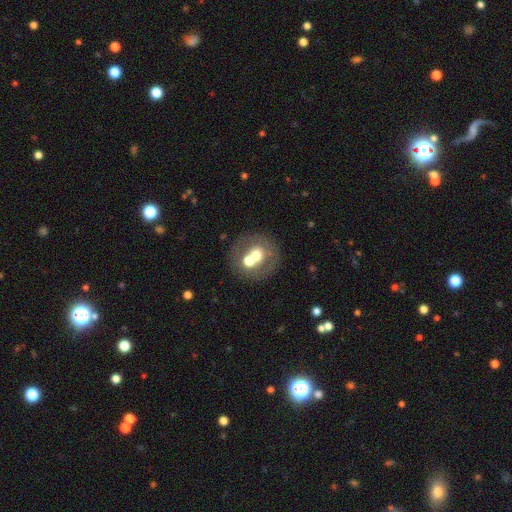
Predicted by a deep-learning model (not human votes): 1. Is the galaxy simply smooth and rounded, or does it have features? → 54% smooth, 34% featured or disk, 12% star or artifact.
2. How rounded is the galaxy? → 86% round, 13% in between, 1% cigar-shaped.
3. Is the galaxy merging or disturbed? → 57% none, 28% merger, 9% minor disturbance, 5% major disturbance.